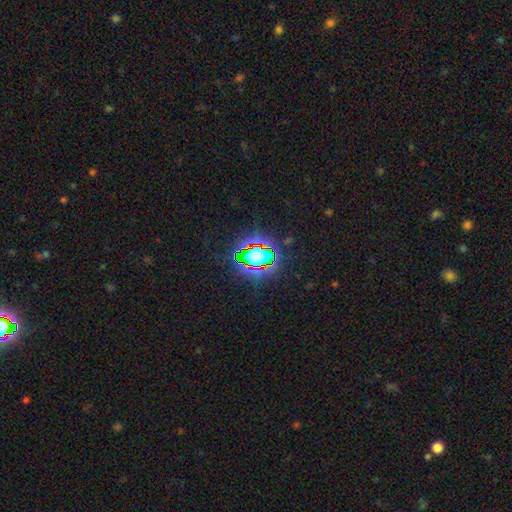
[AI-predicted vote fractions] star or artifact 64%, smooth 23%, featured or disk 13%.